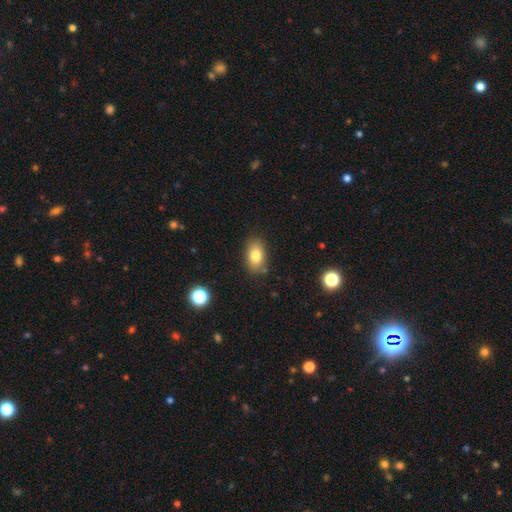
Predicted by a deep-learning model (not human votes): Morphology: type=smooth (82%); roundness=in between (88%); merging=none (82%).